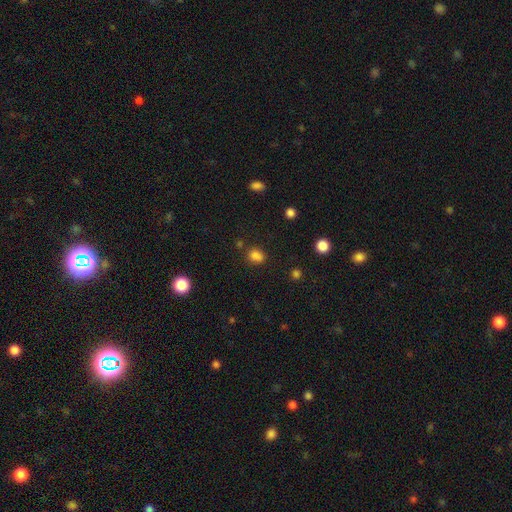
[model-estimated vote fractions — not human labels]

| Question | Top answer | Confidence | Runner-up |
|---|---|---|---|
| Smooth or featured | smooth | 80% | star or artifact (15%) |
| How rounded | round | 49% | tied: in between (49%) |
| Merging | none | 69% | minor disturbance (15%) |